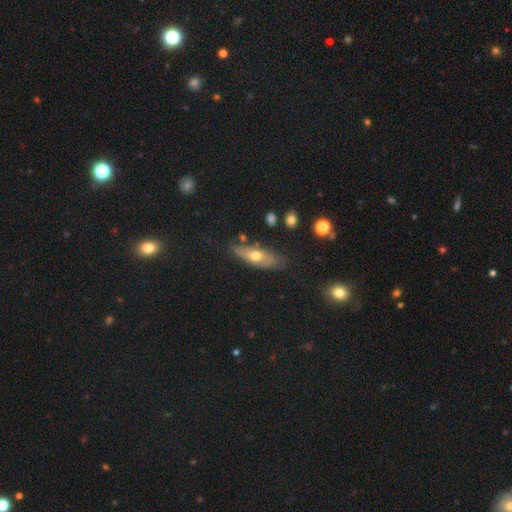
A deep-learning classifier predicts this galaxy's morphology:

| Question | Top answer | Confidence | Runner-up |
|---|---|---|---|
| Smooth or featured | smooth | 50% | featured or disk (42%) |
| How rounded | in between | 61% | cigar-shaped (35%) |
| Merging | none | 66% | minor disturbance (24%) |